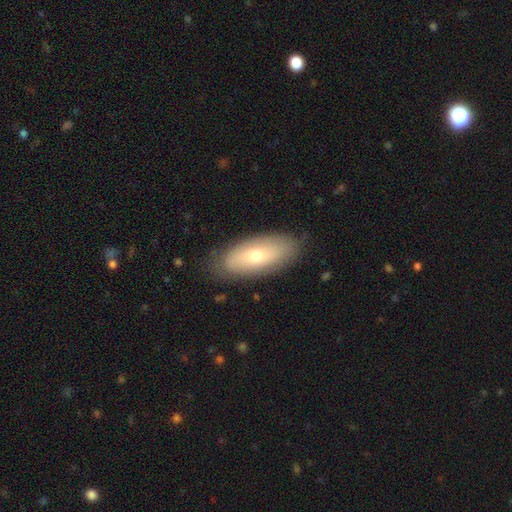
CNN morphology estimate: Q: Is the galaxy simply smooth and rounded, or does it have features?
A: smooth — 63%.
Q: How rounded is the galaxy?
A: in between — 84%.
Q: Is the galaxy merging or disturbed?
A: none — 83%.